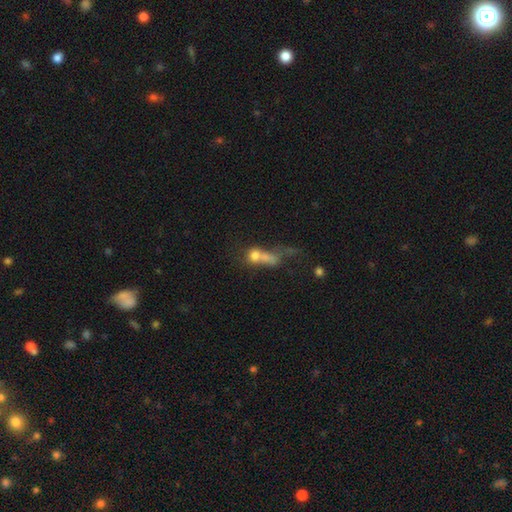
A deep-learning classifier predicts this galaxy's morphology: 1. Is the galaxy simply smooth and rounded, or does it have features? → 52% smooth, 31% featured or disk, 17% star or artifact.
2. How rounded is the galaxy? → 40% round (tied), 40% in between (tied), 20% cigar-shaped.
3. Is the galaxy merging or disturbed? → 50% merger, 24% major disturbance, 17% none, 9% minor disturbance.